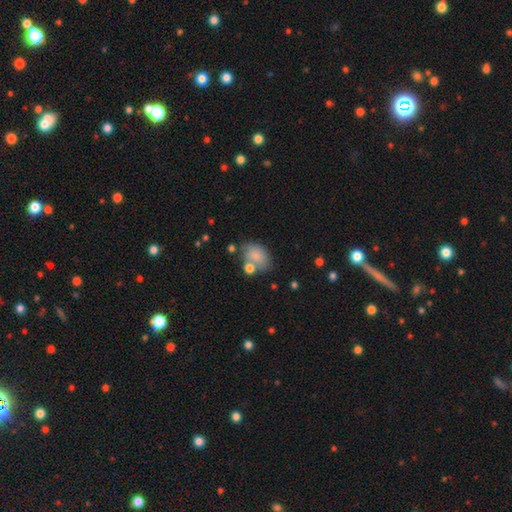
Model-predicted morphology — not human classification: The model was most divided on "merging": none: 52%, minor disturbance: 20%, merger: 20%, major disturbance: 8%. More confident: smooth or featured — smooth (78%); how rounded — in between (78%).